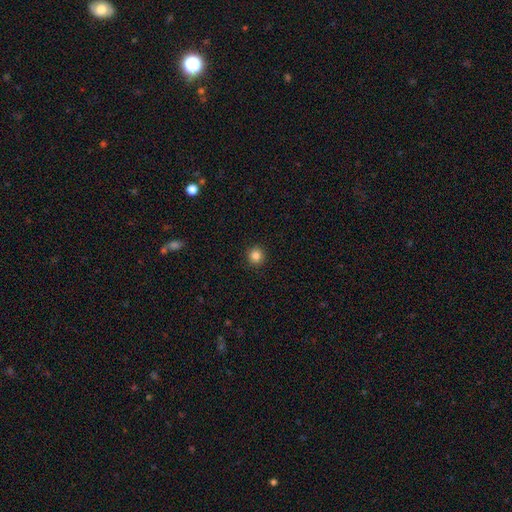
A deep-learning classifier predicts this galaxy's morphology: Smooth or featured? Predicted: smooth (p=0.84). How rounded? Predicted: round (p=0.94). Merging? Predicted: none (p=0.93).